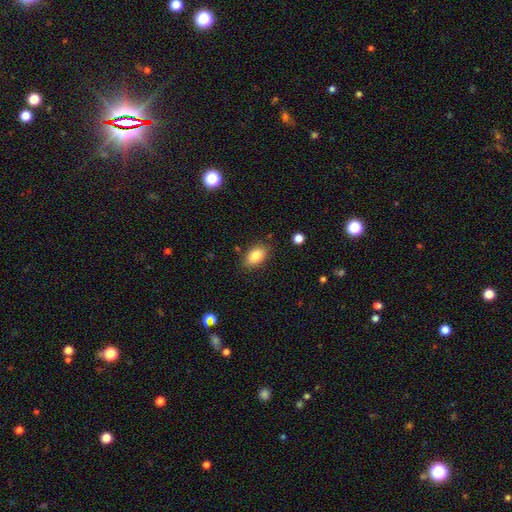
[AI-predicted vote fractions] Smooth or featured: smooth — 83% (featured or disk — 9%)
How rounded: in between — 88% (round — 10%)
Merging: none — 83% (minor disturbance — 12%)